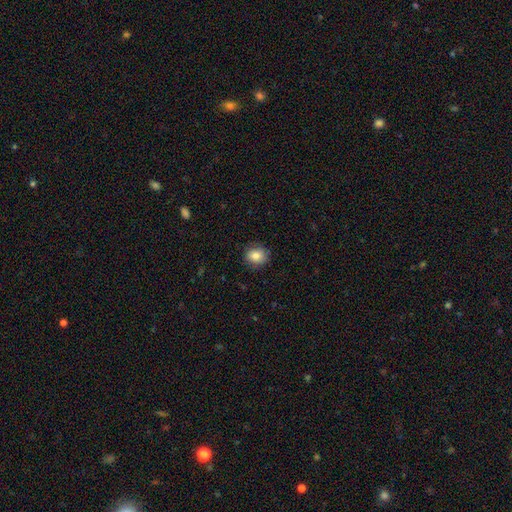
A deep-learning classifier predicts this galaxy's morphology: smooth 80%, featured or disk 11%, star or artifact 9%. Down the decision tree: how rounded — round (69%); merging — none (81%).